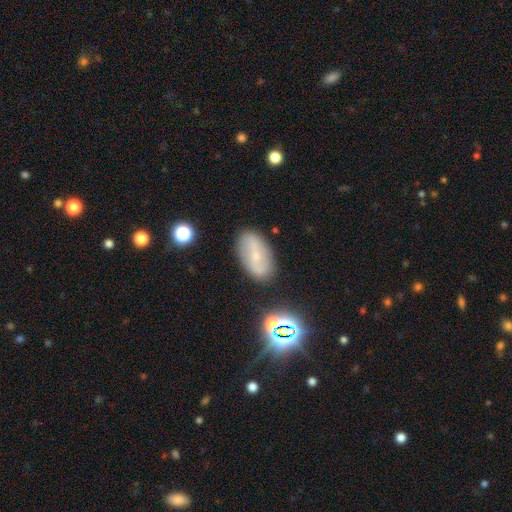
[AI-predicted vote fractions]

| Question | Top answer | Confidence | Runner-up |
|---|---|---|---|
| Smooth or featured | featured or disk | 49% | smooth (39%) |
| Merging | none | 83% | minor disturbance (12%) |